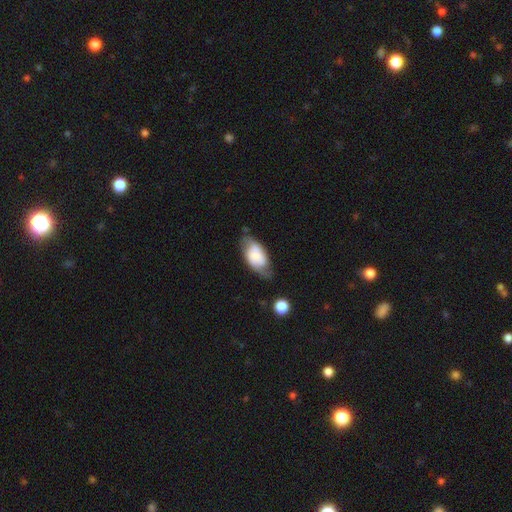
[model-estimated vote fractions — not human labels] Smooth or featured: smooth — 53% (featured or disk — 40%)
How rounded: in between — 91% (round — 5%)
Merging: none — 59% (minor disturbance — 27%)